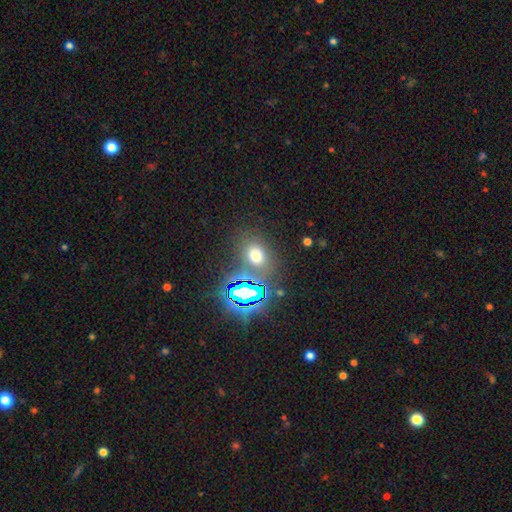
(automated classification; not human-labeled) A smooth galaxy with no disk features (59%) that is in between round and cigar-shaped (51%).

Vote fractions:
- Smooth or featured? smooth: 59% / star or artifact: 32% / featured or disk: 9%
- How rounded? in between: 51% / round: 47% / cigar-shaped: 2%
- Merging? none: 75% / minor disturbance: 11% / merger: 8% / major disturbance: 6%